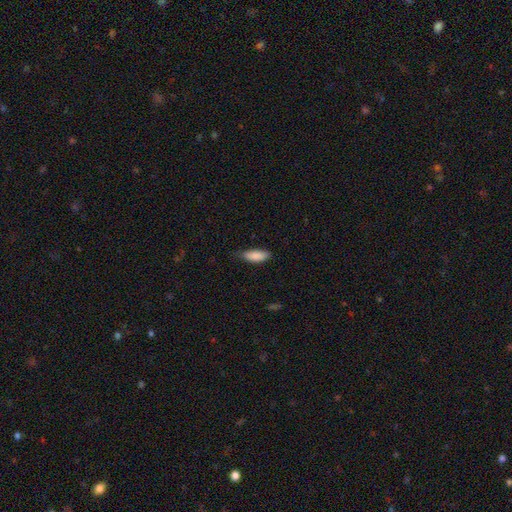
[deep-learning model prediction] A smooth galaxy with no disk features (87%) that is in between round and cigar-shaped (70%). Merging: none (69%).